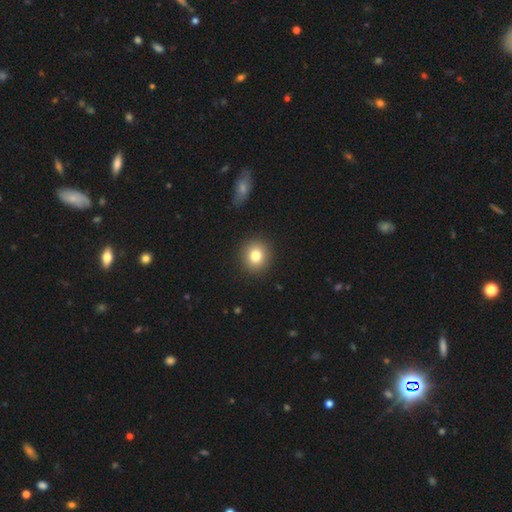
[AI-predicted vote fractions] Q: Smooth or featured?
A: smooth (80%); runner-up: star or artifact (11%)
Q: How rounded?
A: round (88%); runner-up: in between (11%)
Q: Merging?
A: none (90%); runner-up: minor disturbance (6%)